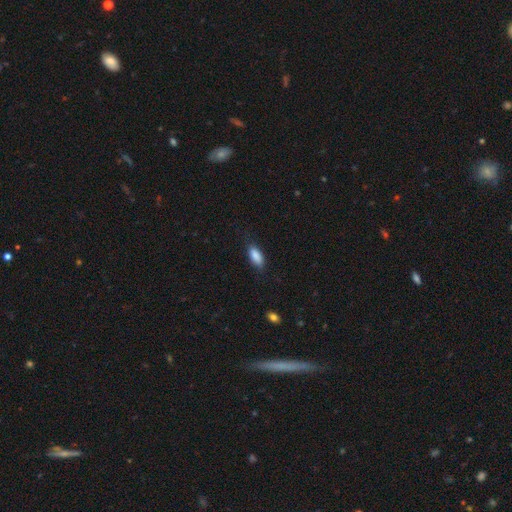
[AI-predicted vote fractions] smooth_or_featured: smooth (p=0.88) [alt: star or artifact p=0.07]
how_rounded: in between (p=0.84) [alt: cigar-shaped p=0.13]
merging: none (p=0.79) [alt: minor disturbance p=0.16]